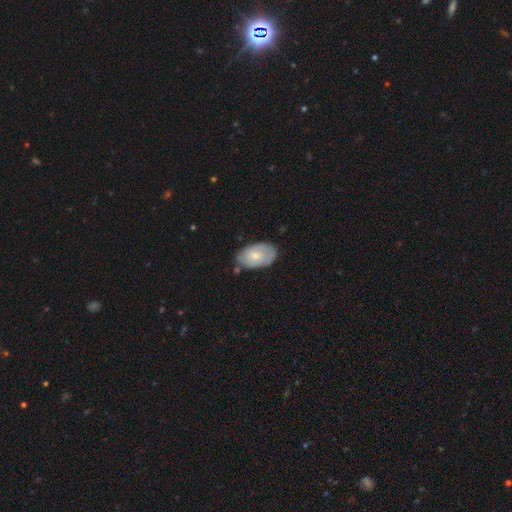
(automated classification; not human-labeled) This appears to be a smooth galaxy with no disk features (58%) that is in between round and cigar-shaped (92%). Merging: none (70%).